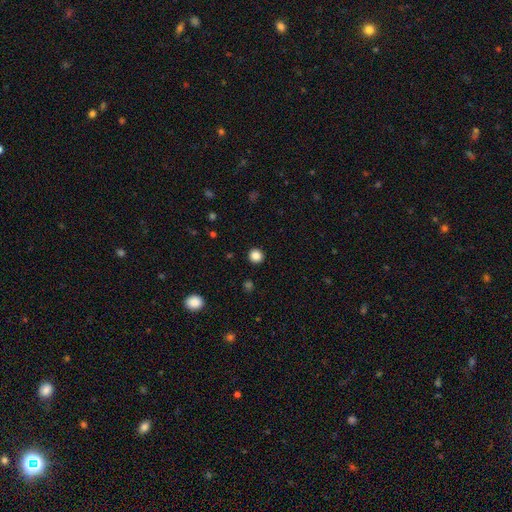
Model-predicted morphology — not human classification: Overall: smooth (86%). How rounded: round (94%). Merging: none (93%).